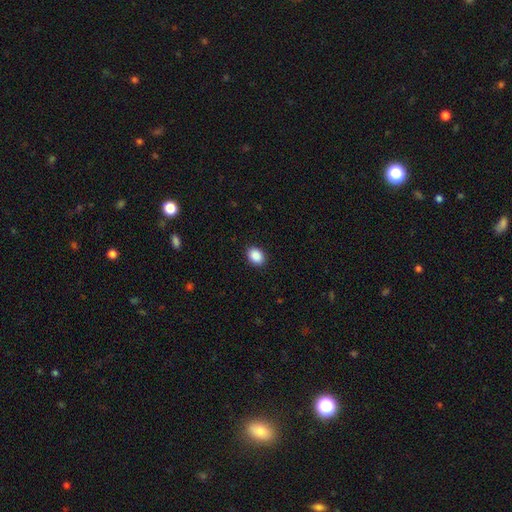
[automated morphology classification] A smooth galaxy with no disk features (90%) that is in between round and cigar-shaped (68%). Merging: none (91%).